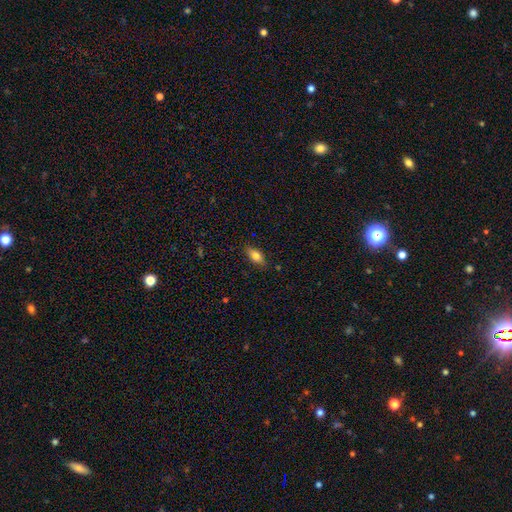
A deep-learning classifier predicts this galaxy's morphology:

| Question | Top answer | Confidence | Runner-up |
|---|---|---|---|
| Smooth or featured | smooth | 78% | featured or disk (14%) |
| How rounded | in between | 85% | cigar-shaped (12%) |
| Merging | none | 82% | minor disturbance (14%) |